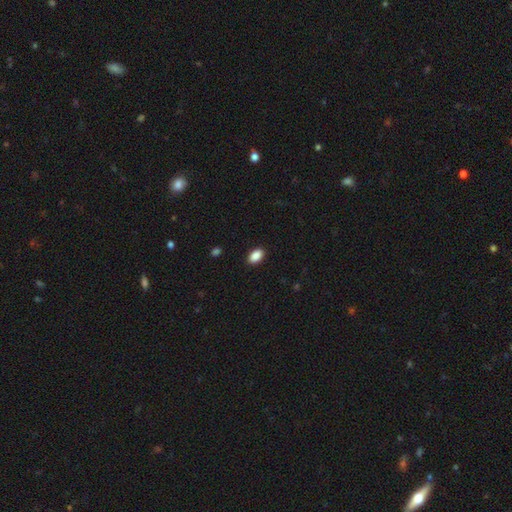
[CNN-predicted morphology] This is clearly a smooth galaxy (89%). How rounded: clearly in between (92%). Merging: clearly none (90%).